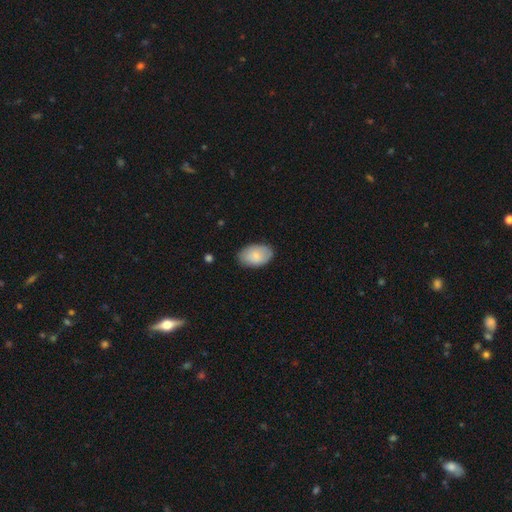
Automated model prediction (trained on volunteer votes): Smooth or featured?
  - smooth: 82% *
  - featured or disk: 12%
  - star or artifact: 6%
How rounded?
  - in between: 92% *
  - round: 7%
  - cigar-shaped: 1%
Merging?
  - none: 83% *
  - minor disturbance: 14%
  - major disturbance: 3%
  - merger: 1%